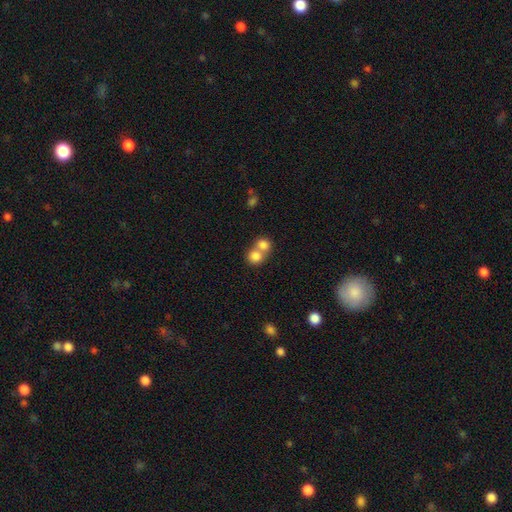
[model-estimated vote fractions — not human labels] Smooth or featured? smooth (80%)
How rounded? round (77%)
Merging? merger (61%)